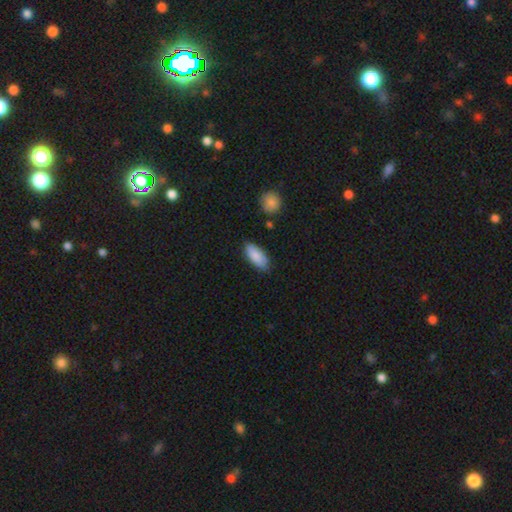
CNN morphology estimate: Q: Smooth or featured?
A: smooth (87%); runner-up: featured or disk (7%)
Q: How rounded?
A: in between (87%); runner-up: cigar-shaped (11%)
Q: Merging?
A: none (81%); runner-up: minor disturbance (14%)